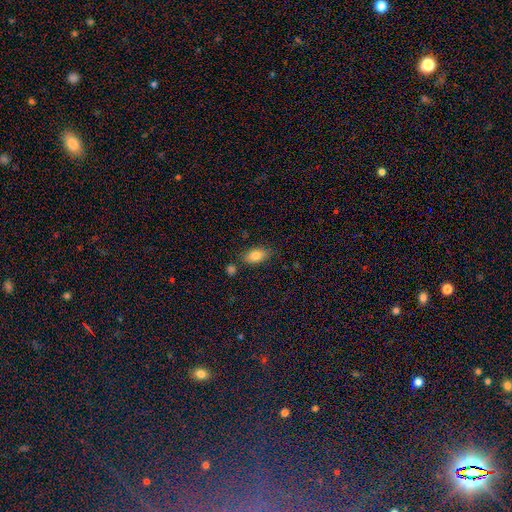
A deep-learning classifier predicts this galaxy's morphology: This appears to be a smooth galaxy with no disk features (82%) that is in between round and cigar-shaped (89%). Merging: none (78%).